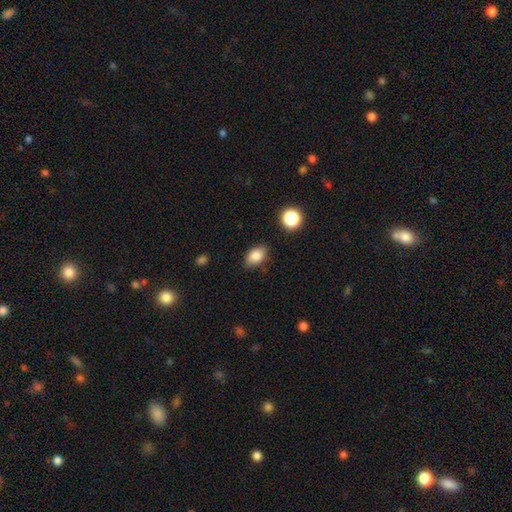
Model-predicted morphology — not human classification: type=smooth (85%); roundness=in between (86%); merging=none (83%).